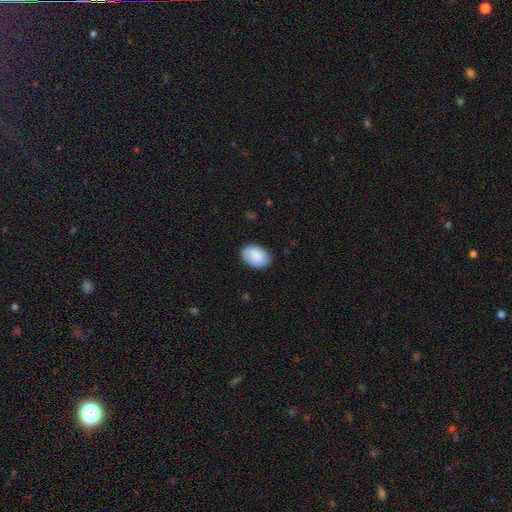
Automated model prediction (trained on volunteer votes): smooth-or-featured: smooth: 87% | featured or disk: 7% | star or artifact: 6%
  how-rounded: in between: 88% | round: 11% | cigar-shaped: 1%
  merging: none: 83% | minor disturbance: 13% | major disturbance: 3% | merger: 1%